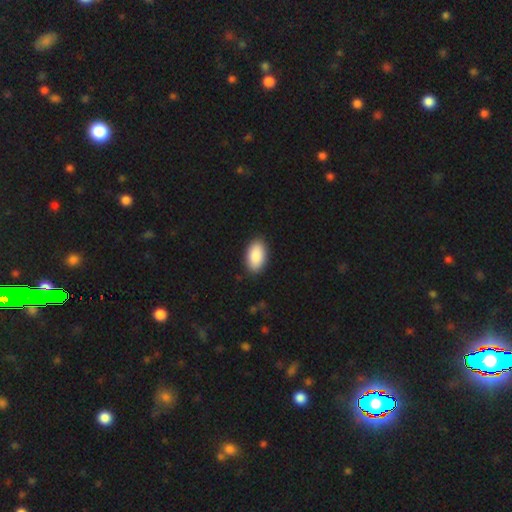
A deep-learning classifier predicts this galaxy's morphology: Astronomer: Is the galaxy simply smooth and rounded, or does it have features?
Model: smooth — 90%.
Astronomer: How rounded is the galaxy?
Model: in between — 95%.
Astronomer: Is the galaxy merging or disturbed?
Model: none — 89%.